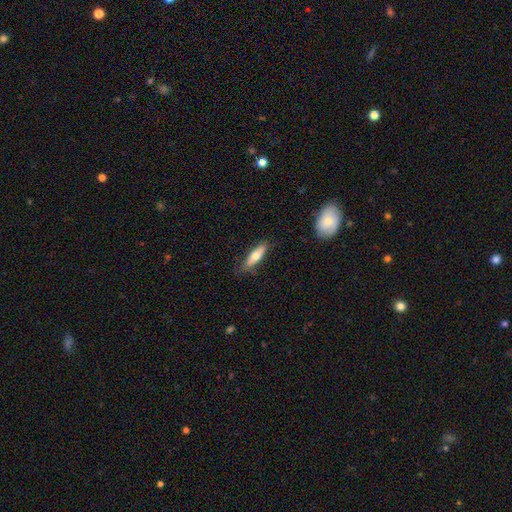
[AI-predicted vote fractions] The model was most divided on "how rounded": cigar-shaped: 62%, in between: 36%, round: 2%. More confident: merging — none (80%); smooth or featured — smooth (62%).